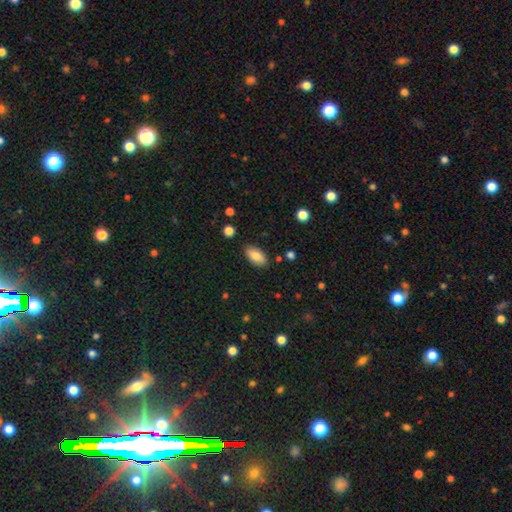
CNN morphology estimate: A smooth galaxy with no disk features (83%) that is in between round and cigar-shaped (92%).

Vote fractions:
- Smooth or featured? smooth: 83% / featured or disk: 10% / star or artifact: 7%
- How rounded? in between: 92% / cigar-shaped: 5% / round: 3%
- Merging? none: 85% / minor disturbance: 11% / major disturbance: 2% / merger: 2%